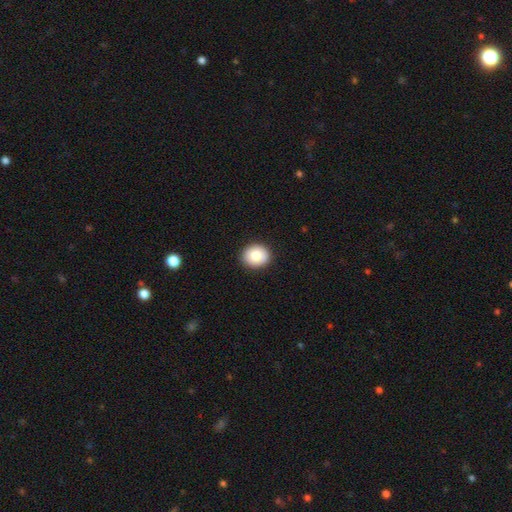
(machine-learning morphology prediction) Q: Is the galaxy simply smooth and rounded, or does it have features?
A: smooth — 81%.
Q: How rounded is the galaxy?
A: round — 69%.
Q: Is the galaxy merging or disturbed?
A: none — 90%.